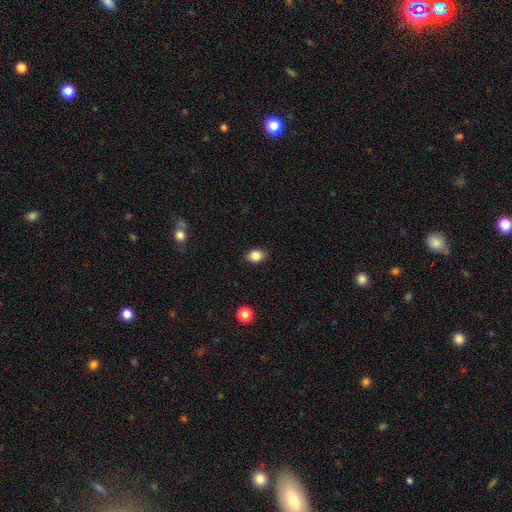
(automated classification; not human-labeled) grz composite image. It shows a smooth galaxy with no disk features (84%) that is in between round and cigar-shaped (64%). Merging: none (87%).